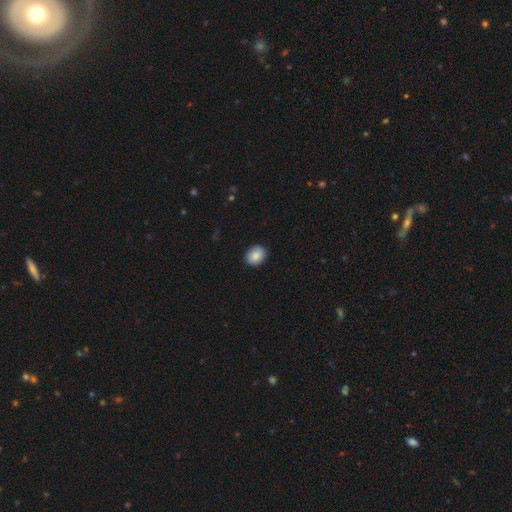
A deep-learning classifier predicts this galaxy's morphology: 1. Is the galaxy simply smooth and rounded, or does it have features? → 87% smooth, 7% star or artifact, 6% featured or disk.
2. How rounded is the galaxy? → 53% round, 46% in between, 1% cigar-shaped.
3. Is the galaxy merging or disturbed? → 89% none, 8% minor disturbance, 2% major disturbance, 1% merger.